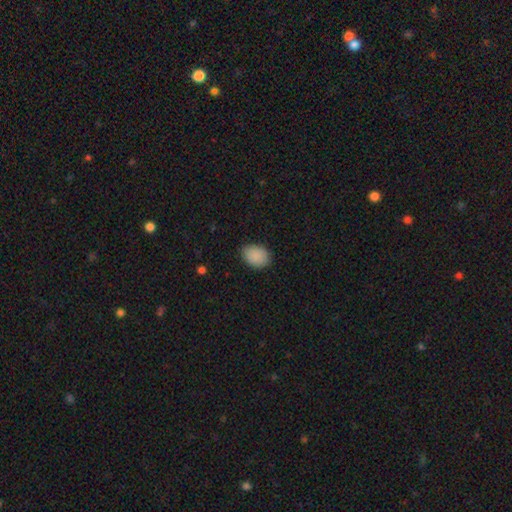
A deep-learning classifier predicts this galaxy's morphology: This is clearly a smooth galaxy (90%). How rounded: likely in between (71%). Merging: clearly none (83%).